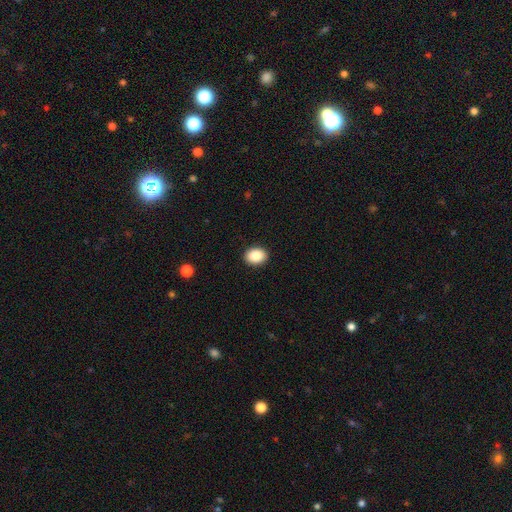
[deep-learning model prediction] This is clearly a smooth galaxy (87%). How rounded: likely in between (62%). Merging: clearly none (91%).